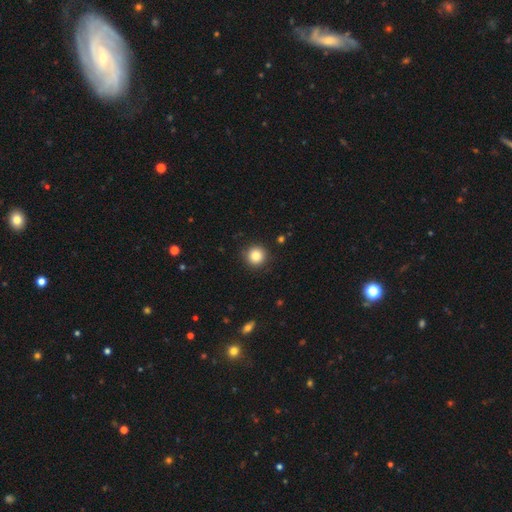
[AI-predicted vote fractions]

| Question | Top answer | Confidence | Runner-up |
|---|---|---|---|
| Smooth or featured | smooth | 84% | star or artifact (11%) |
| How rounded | round | 94% | in between (5%) |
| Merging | none | 90% | minor disturbance (7%) |